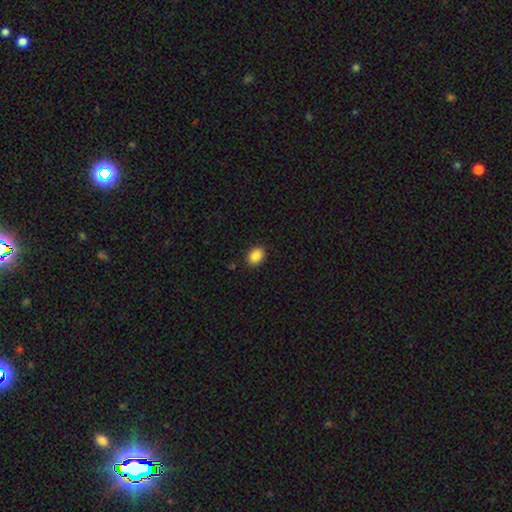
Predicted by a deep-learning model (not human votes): A smooth galaxy with no disk features (88%) that is in between round and cigar-shaped (61%).

Vote fractions:
- Smooth or featured? smooth: 88% / star or artifact: 8% / featured or disk: 3%
- How rounded? in between: 61% / round: 38% / cigar-shaped: 1%
- Merging? none: 88% / minor disturbance: 9% / major disturbance: 2% / merger: 1%